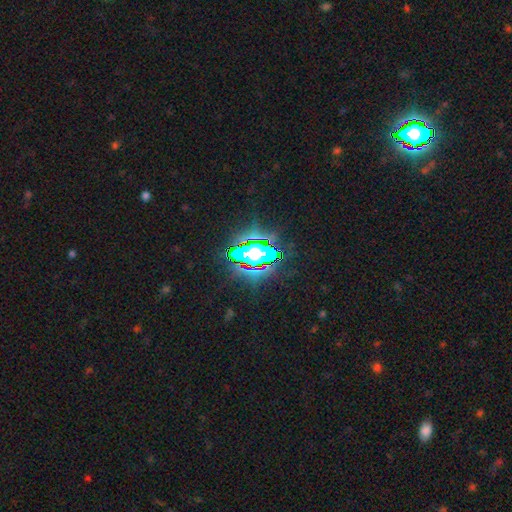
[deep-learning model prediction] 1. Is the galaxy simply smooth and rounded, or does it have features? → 82% star or artifact, 11% smooth, 7% featured or disk.